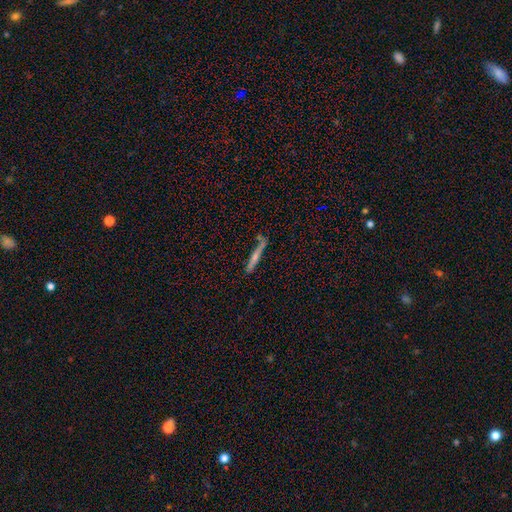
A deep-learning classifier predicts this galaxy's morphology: A featured or disk galaxy (47%). Merging: none (76%).